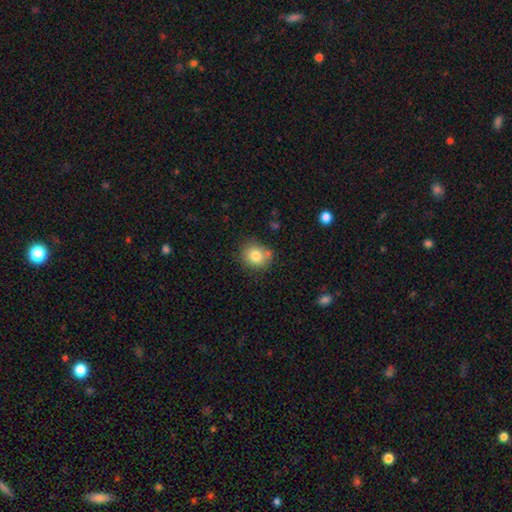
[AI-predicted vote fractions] Smooth or featured: smooth — 81% (star or artifact — 10%)
How rounded: round — 77% (in between — 22%)
Merging: none — 75% (minor disturbance — 15%)